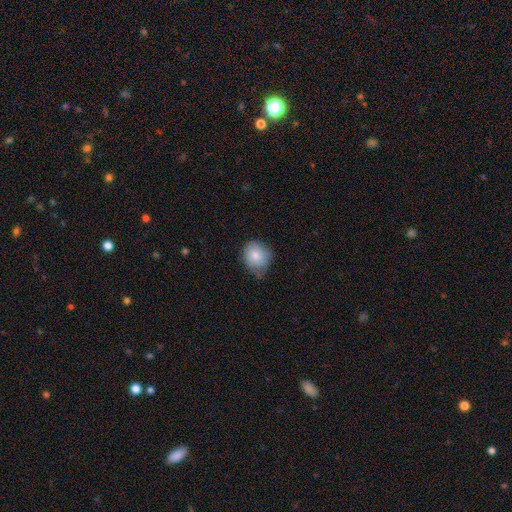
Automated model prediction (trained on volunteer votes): Q: Smooth or featured?
A: smooth (82%); runner-up: featured or disk (10%)
Q: How rounded?
A: round (73%); runner-up: in between (26%)
Q: Merging?
A: none (53%); runner-up: minor disturbance (39%)